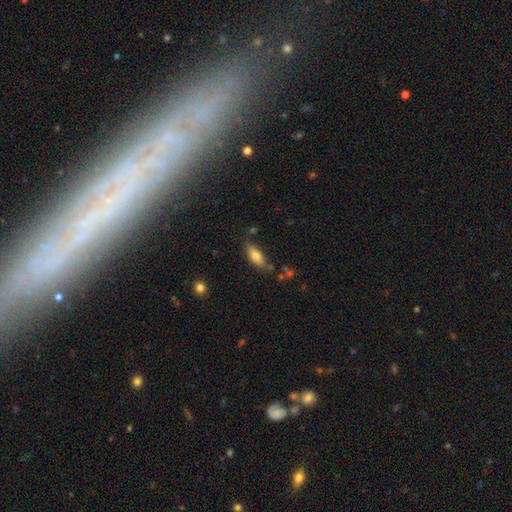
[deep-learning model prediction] smooth_or_featured: smooth (p=0.81) [alt: featured or disk p=0.11]
how_rounded: in between (p=0.79) [alt: cigar-shaped p=0.19]
merging: none (p=0.72) [alt: minor disturbance p=0.19]